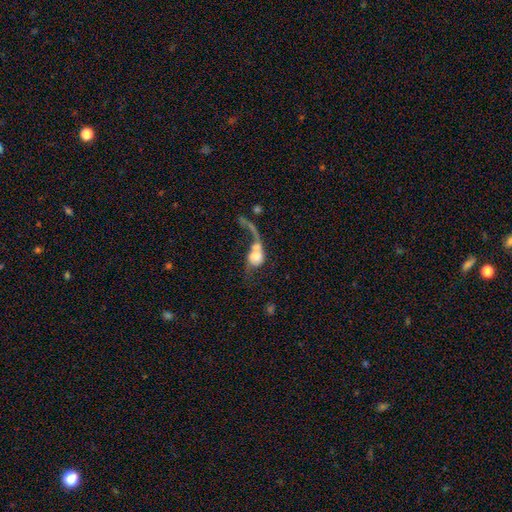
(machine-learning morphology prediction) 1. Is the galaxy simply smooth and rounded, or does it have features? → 46% smooth, 45% featured or disk, 9% star or artifact.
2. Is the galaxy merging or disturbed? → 42% major disturbance, 34% merger, 15% none, 9% minor disturbance.